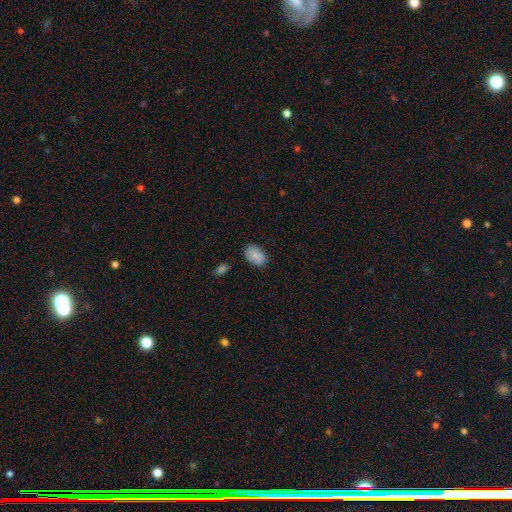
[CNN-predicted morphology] This is clearly a smooth galaxy (85%). How rounded: clearly in between (89%). Merging: likely none (76%).